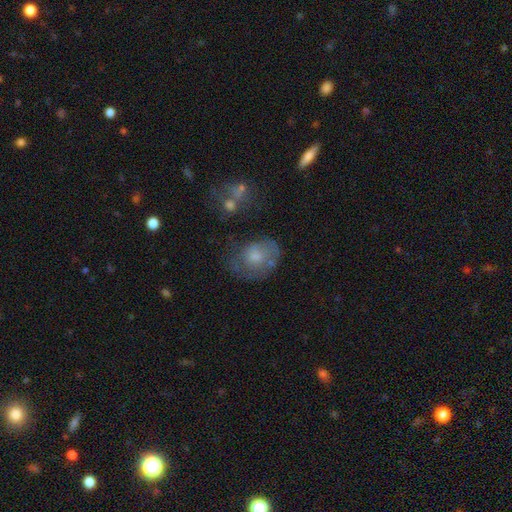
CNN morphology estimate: Smooth or featured: smooth — 58% (featured or disk — 33%)
How rounded: in between — 61% (round — 37%)
Merging: none — 44% (minor disturbance — 29%)